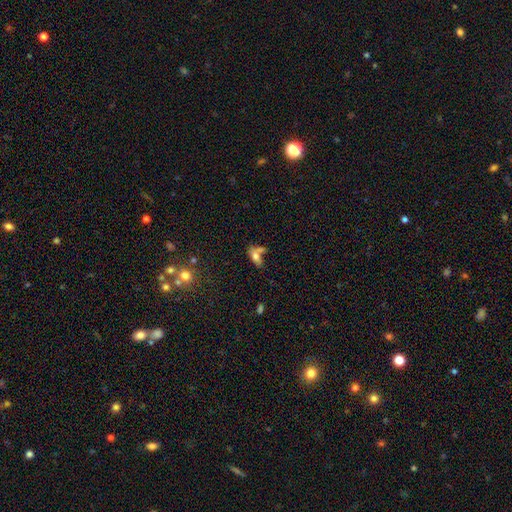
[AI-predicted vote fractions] A smooth galaxy with no disk features (70%) that is in between round and cigar-shaped (81%).

Vote fractions:
- Smooth or featured? smooth: 70% / featured or disk: 19% / star or artifact: 11%
- How rounded? in between: 81% / cigar-shaped: 13% / round: 6%
- Merging? merger: 38% / none: 36% / minor disturbance: 15% / major disturbance: 10%